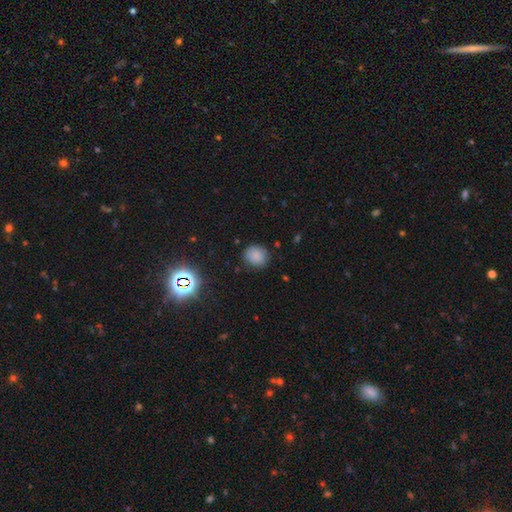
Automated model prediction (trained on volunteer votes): A smooth galaxy with no disk features (80%) that is round (75%). Merging: none (82%).